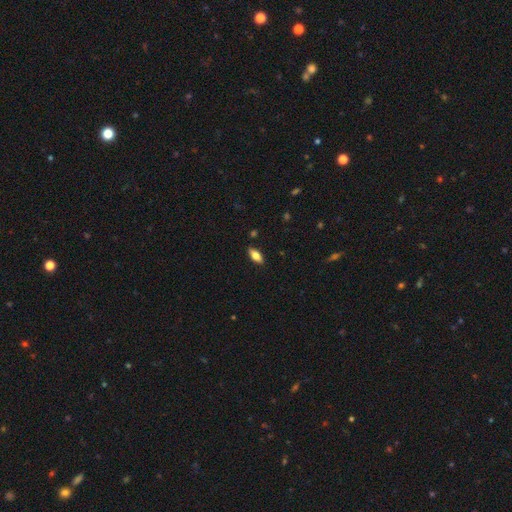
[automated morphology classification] smooth_or_featured: smooth (p=0.74) [alt: featured or disk p=0.18]
how_rounded: in between (p=0.83) [alt: cigar-shaped p=0.15]
merging: none (p=0.88) [alt: minor disturbance p=0.09]